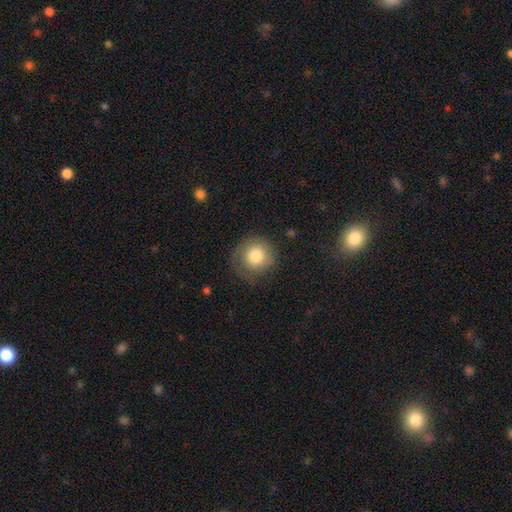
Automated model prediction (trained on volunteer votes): Morphology: type=smooth (79%); roundness=round (92%); merging=none (70%).